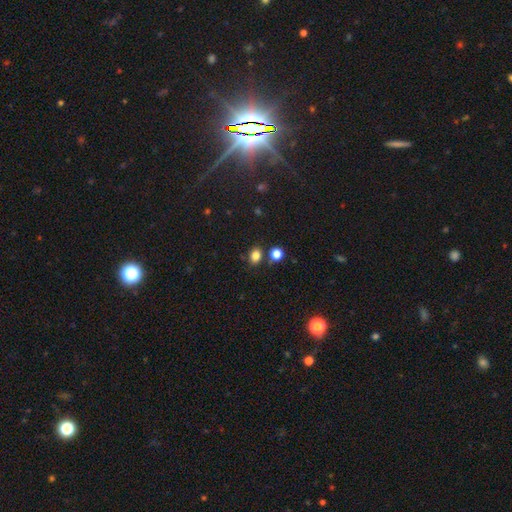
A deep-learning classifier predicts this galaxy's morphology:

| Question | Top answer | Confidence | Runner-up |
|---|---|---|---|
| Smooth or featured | smooth | 82% | star or artifact (13%) |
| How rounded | in between | 53% | round (46%) |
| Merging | none | 76% | minor disturbance (11%) |